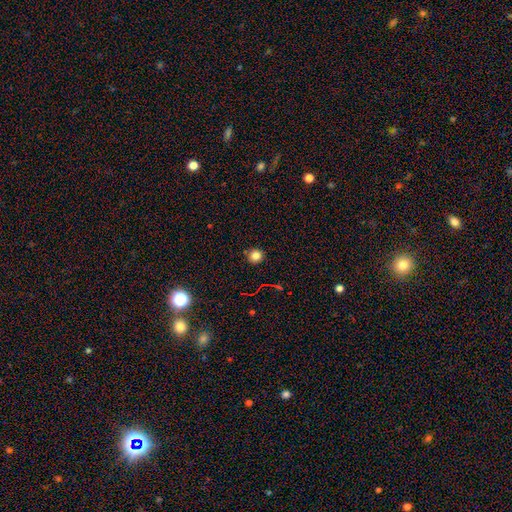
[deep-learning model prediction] The model was most divided on "smooth or featured": smooth: 80%, star or artifact: 14%, featured or disk: 6%. More confident: how rounded — round (92%); merging — none (89%).